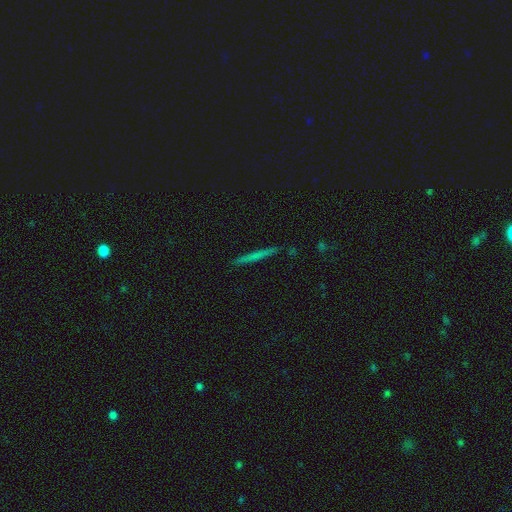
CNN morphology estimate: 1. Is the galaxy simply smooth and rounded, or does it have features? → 55% smooth, 37% featured or disk, 8% star or artifact.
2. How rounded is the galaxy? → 96% cigar-shaped, 2% in between, 2% round.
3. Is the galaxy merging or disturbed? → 90% none, 7% minor disturbance, 2% major disturbance, 1% merger.